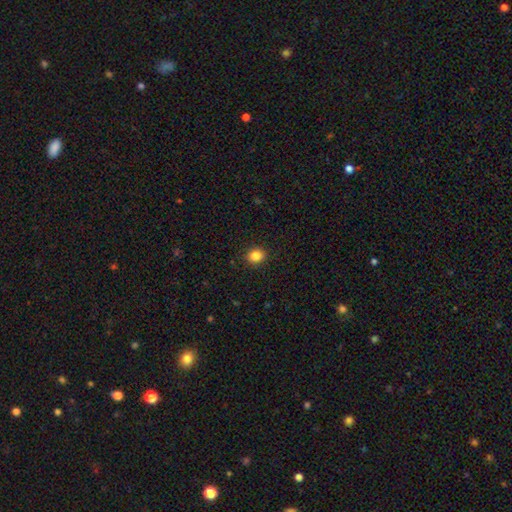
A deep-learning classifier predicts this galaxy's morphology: smooth 85%, star or artifact 11%, featured or disk 4%. Down the decision tree: how rounded — round (69%); merging — none (91%).